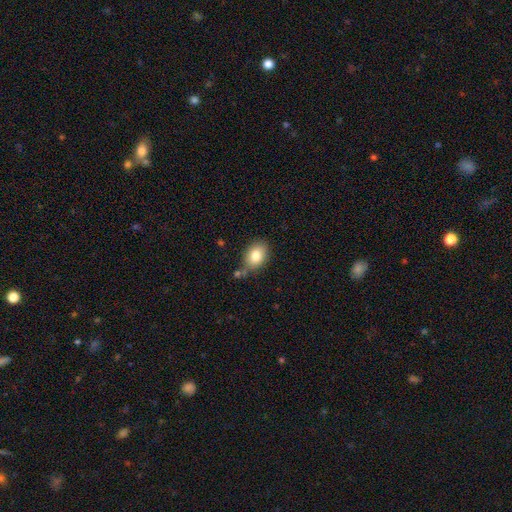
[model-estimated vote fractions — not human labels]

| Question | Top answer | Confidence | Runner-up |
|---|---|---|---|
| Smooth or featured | smooth | 80% | featured or disk (11%) |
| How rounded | in between | 77% | round (22%) |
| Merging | none | 72% | minor disturbance (16%) |